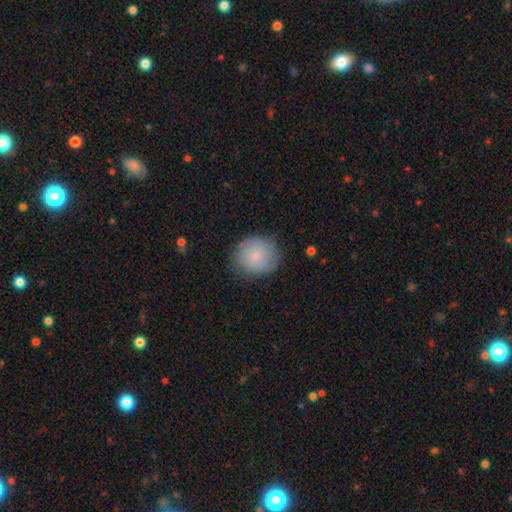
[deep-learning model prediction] Smooth or featured? smooth (79%)
How rounded? round (83%)
Merging? none (78%)